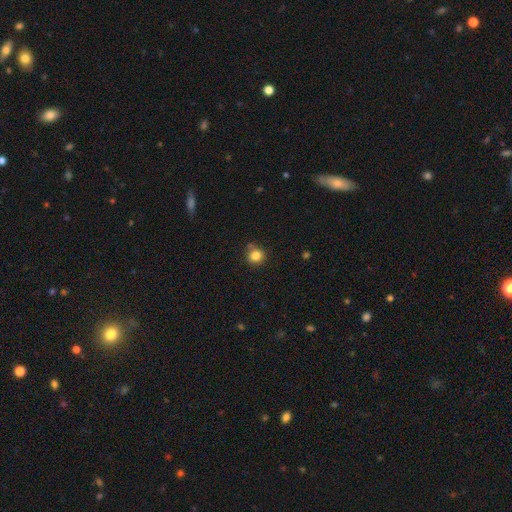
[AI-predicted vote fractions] This appears to be a smooth galaxy with no disk features (84%) that is round (90%). Merging: none (76%).